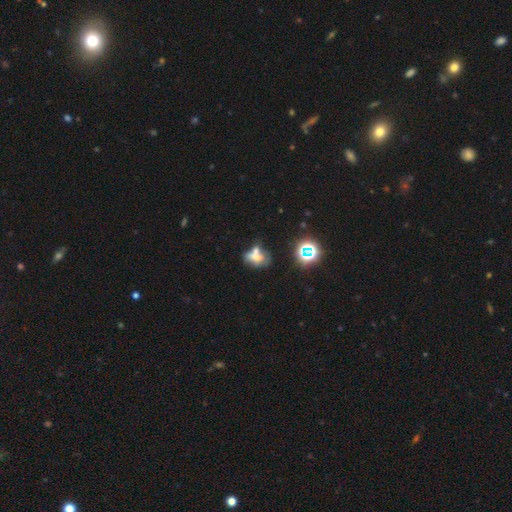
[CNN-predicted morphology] This appears to be a smooth galaxy with no disk features (53%) that is in between round and cigar-shaped (67%). Merging: merger (47%).